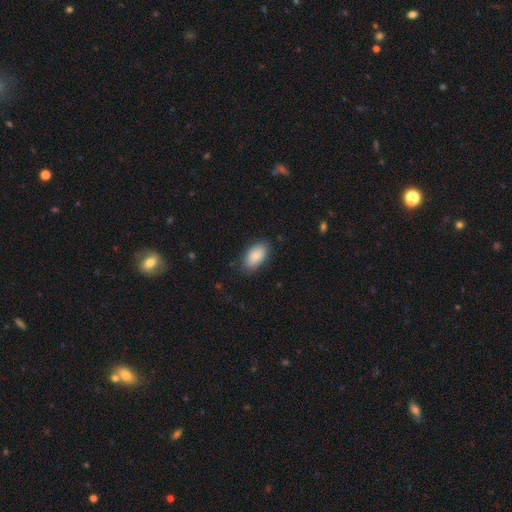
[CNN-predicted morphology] A smooth galaxy with no disk features (86%) that is in between round and cigar-shaped (94%).

Vote fractions:
- Smooth or featured? smooth: 86% / featured or disk: 8% / star or artifact: 6%
- How rounded? in between: 94% / round: 3% / cigar-shaped: 2%
- Merging? none: 81% / minor disturbance: 14% / major disturbance: 3% / merger: 1%